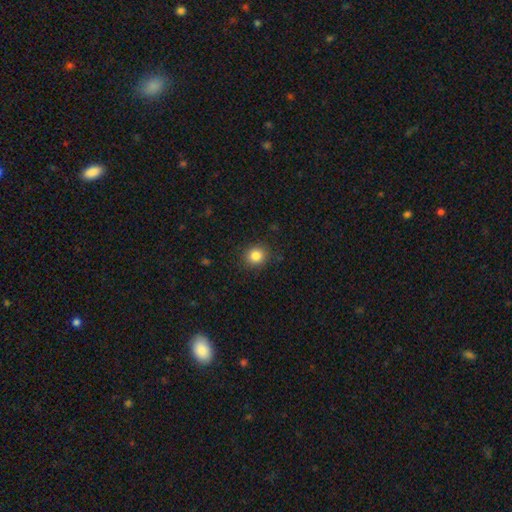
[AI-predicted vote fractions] smooth-or-featured: smooth: 84% | star or artifact: 11% | featured or disk: 5%
  how-rounded: round: 85% | in between: 14% | cigar-shaped: 1%
  merging: none: 89% | minor disturbance: 7% | major disturbance: 2% | merger: 1%